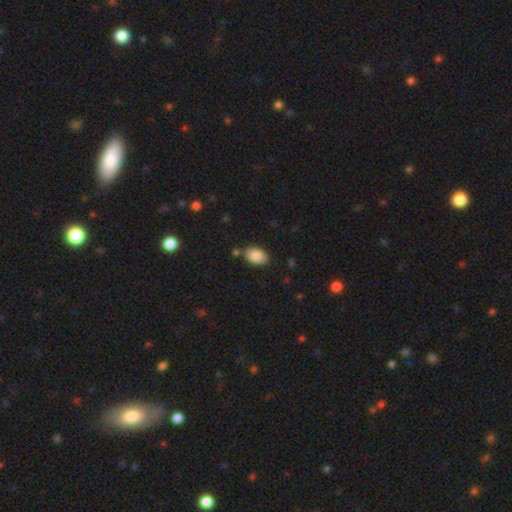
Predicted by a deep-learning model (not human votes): Q: Smooth or featured?
A: smooth (85%); runner-up: featured or disk (8%)
Q: How rounded?
A: in between (88%); runner-up: round (11%)
Q: Merging?
A: none (79%); runner-up: minor disturbance (13%)